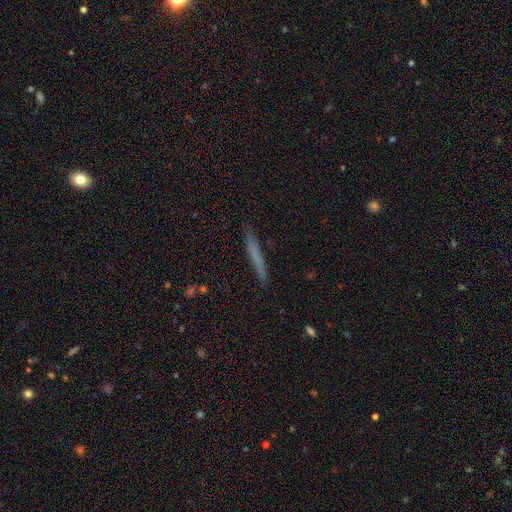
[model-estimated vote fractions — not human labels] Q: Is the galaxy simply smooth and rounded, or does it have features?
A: smooth — 61%.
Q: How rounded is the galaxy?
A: cigar-shaped — 96%.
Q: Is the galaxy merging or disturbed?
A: none — 89%.